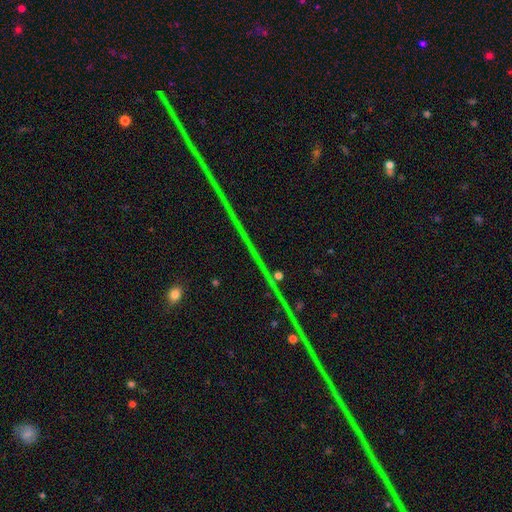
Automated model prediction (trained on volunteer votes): A star or artifact, not a galaxy (75%).

Vote fractions:
- Smooth or featured? star or artifact: 75% / featured or disk: 15% / smooth: 10%